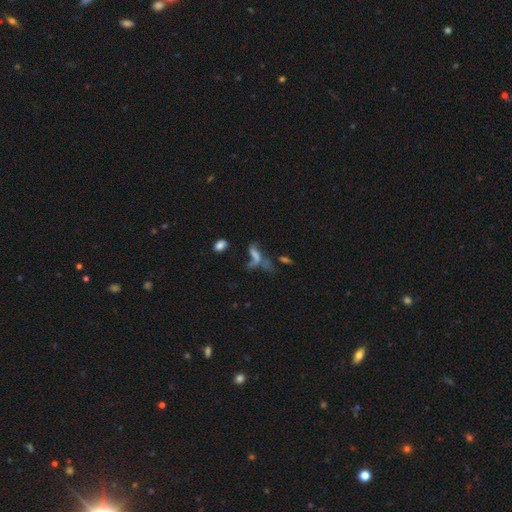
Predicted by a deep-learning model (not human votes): Smooth or featured: smooth — 42% (featured or disk — 34%)
Merging: merger — 32% (major disturbance — 28%)